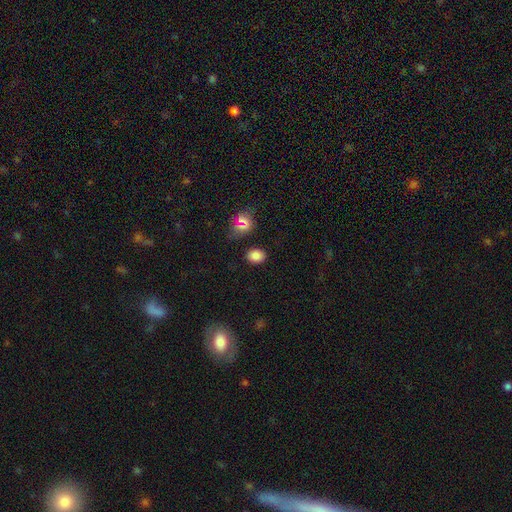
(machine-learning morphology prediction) smooth 80%, star or artifact 15%, featured or disk 5%. Down the decision tree: how rounded — in between (61%); merging — none (86%).